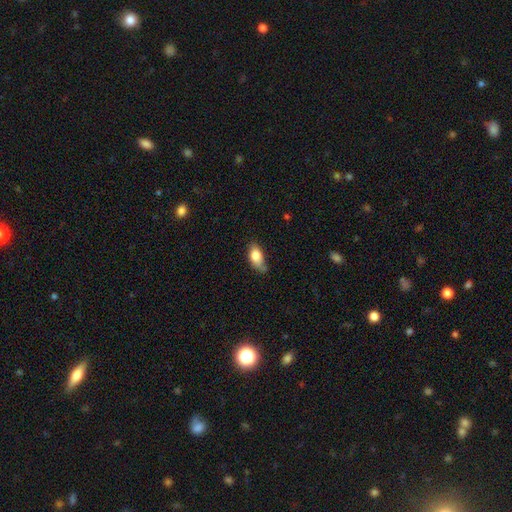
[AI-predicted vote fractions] Morphology: type=smooth (80%); roundness=in between (89%); merging=none (56%).